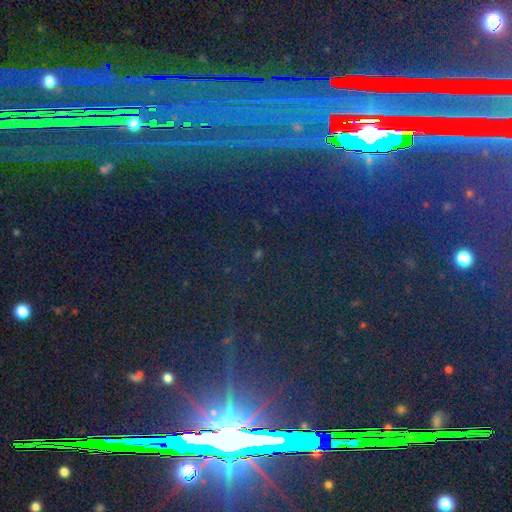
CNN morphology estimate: Smooth or featured?
  - star or artifact: 85% *
  - smooth: 8%
  - featured or disk: 7%